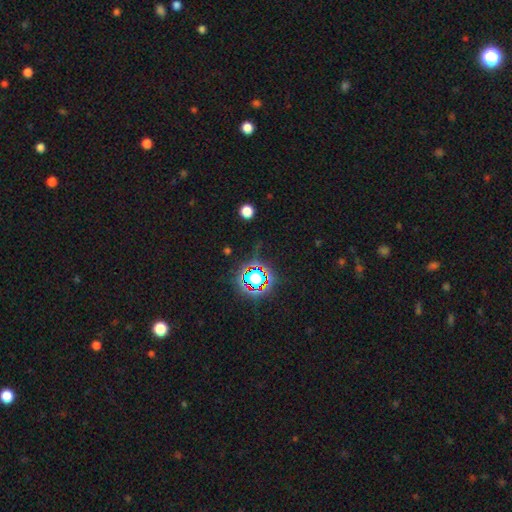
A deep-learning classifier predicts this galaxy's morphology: This is likely a star or artifact rather than a galaxy (79%).